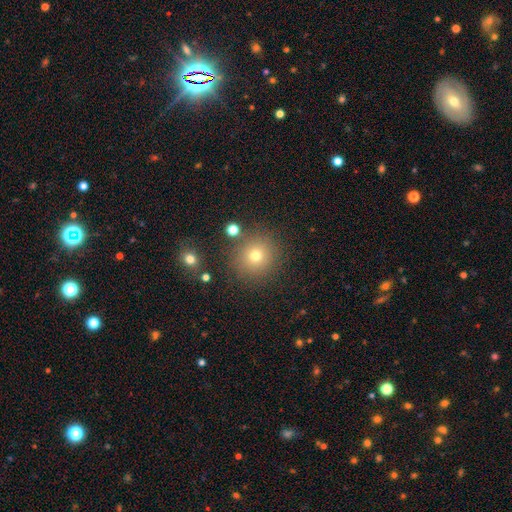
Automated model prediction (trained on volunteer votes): This is likely a smooth galaxy (72%). How rounded: clearly round (92%). Merging: clearly none (84%).